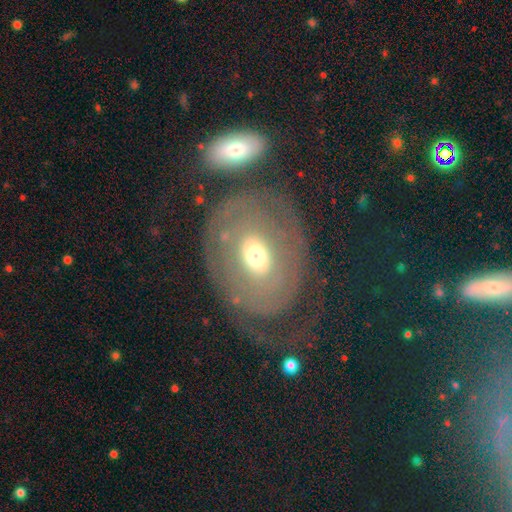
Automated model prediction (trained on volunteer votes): Smooth or featured: featured or disk — 64% (smooth — 29%)
Edge-on disk: no — 94% (yes — 6%)
Bar: no — 79% (weak — 15%)
Spiral arms: no — 52% (yes — 48%)
Bulge size: moderate — 57% (small — 30%)
Merging: none — 57% (major disturbance — 19%)